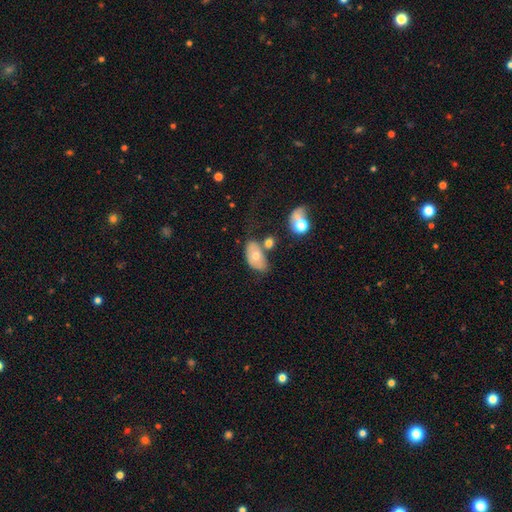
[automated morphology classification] smooth_or_featured: smooth (p=0.61) [alt: featured or disk p=0.31]
how_rounded: in between (p=0.90) [alt: round p=0.08]
merging: none (p=0.44) [alt: merger p=0.23]